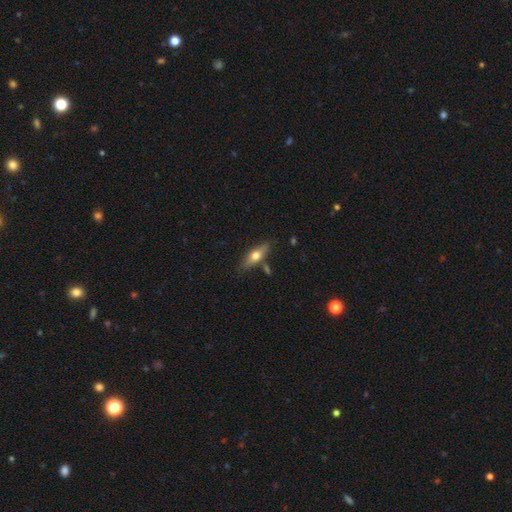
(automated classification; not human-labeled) Morphology: type=smooth (51%); roundness=in between (51%); merging=none (76%).